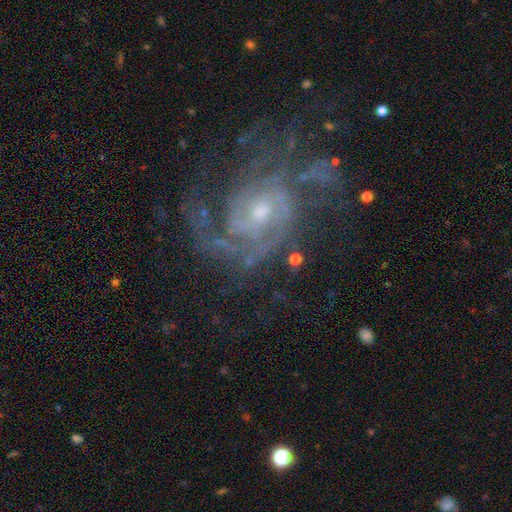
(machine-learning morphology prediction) Smooth or featured: featured or disk — 86% (star or artifact — 8%)
Edge-on disk: no — 97% (yes — 3%)
Bar: no — 55% (weak — 37%)
Spiral arms: yes — 95% (no — 5%)
Spiral winding: tight — 46% (medium — 40%)
Spiral arm count: 2 — 32% (can't tell — 27%)
Bulge size: small — 48% (moderate — 46%)
Merging: none — 54% (major disturbance — 23%)